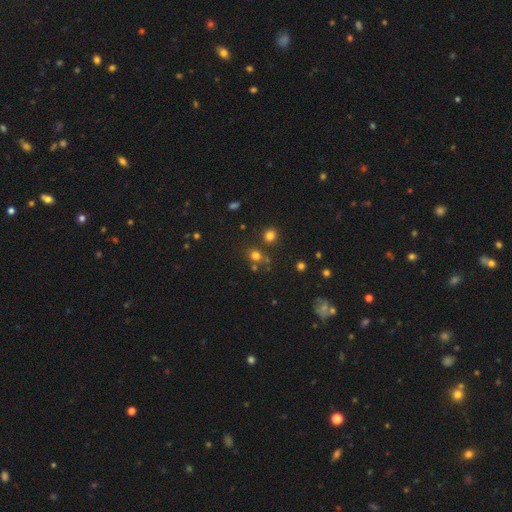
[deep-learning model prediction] Smooth or featured?
  - smooth: 69% *
  - star or artifact: 24%
  - featured or disk: 7%
How rounded?
  - round: 83% *
  - in between: 16%
  - cigar-shaped: 1%
Merging?
  - none: 69% *
  - merger: 17%
  - minor disturbance: 9%
  - major disturbance: 4%